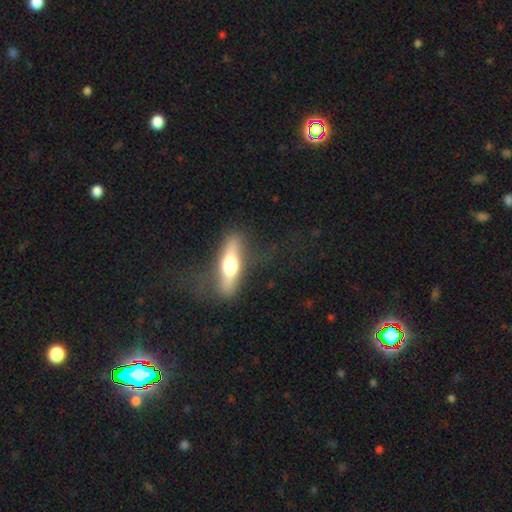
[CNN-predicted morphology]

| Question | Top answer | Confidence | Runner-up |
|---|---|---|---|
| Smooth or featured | featured or disk | 59% | smooth (29%) |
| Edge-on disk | yes | 76% | no (24%) |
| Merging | none | 58% | minor disturbance (20%) |